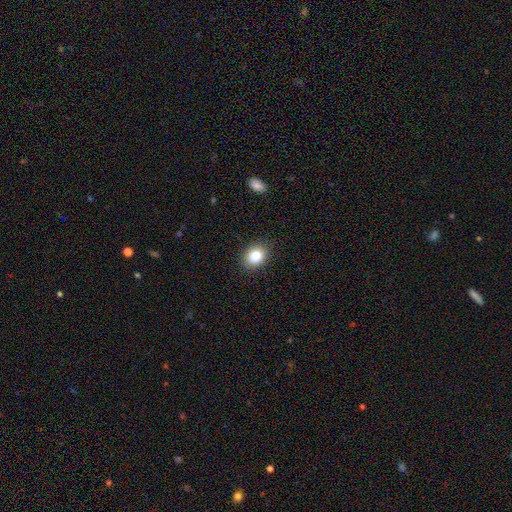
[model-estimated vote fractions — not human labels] Smooth or featured?
  - smooth: 84% *
  - star or artifact: 10%
  - featured or disk: 7%
How rounded?
  - in between: 50% *
  - round: 49%
  - cigar-shaped: 1%
Merging?
  - none: 88% *
  - minor disturbance: 9%
  - major disturbance: 2%
  - merger: 1%